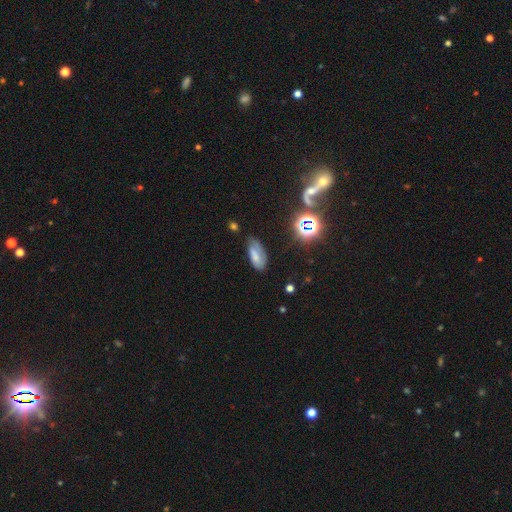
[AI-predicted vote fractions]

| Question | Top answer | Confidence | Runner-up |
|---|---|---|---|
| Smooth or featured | smooth | 60% | featured or disk (25%) |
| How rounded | in between | 88% | cigar-shaped (8%) |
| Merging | none | 54% | minor disturbance (33%) |